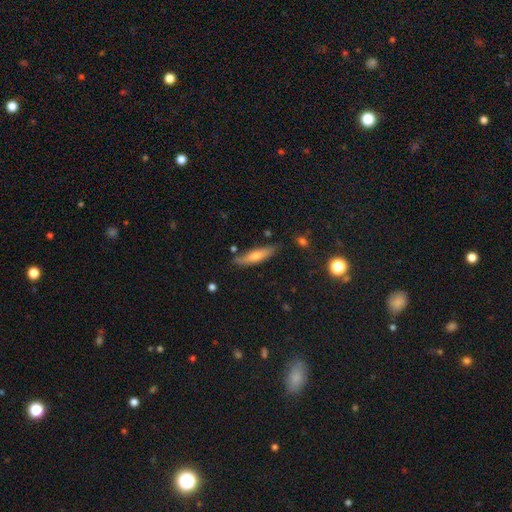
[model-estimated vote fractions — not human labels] Q: Smooth or featured?
A: smooth (49%); runner-up: featured or disk (42%)
Q: Merging?
A: none (80%); runner-up: minor disturbance (14%)